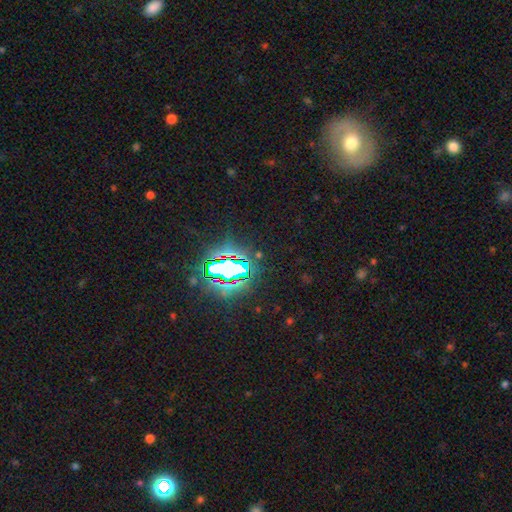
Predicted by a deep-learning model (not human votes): Smooth or featured: star or artifact — 78% (smooth — 13%)